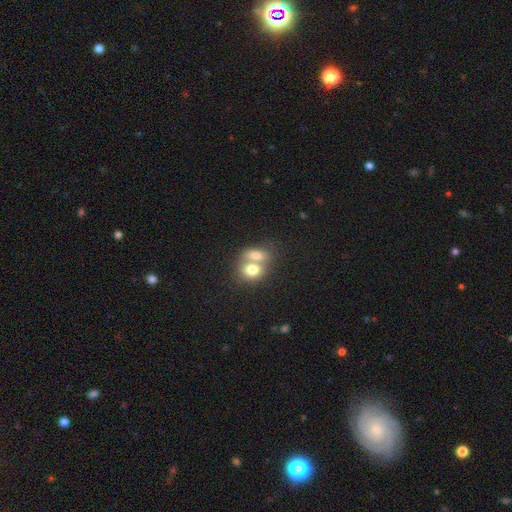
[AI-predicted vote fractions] smooth-or-featured: smooth: 73% | featured or disk: 19% | star or artifact: 9%
  how-rounded: in between: 58% | round: 39% | cigar-shaped: 2%
  merging: merger: 71% | none: 20% | minor disturbance: 6% | major disturbance: 3%